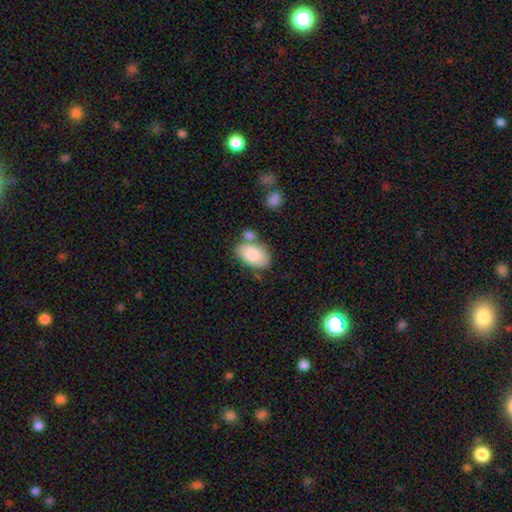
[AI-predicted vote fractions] Smooth or featured? smooth (82%)
How rounded? in between (93%)
Merging? none (56%)